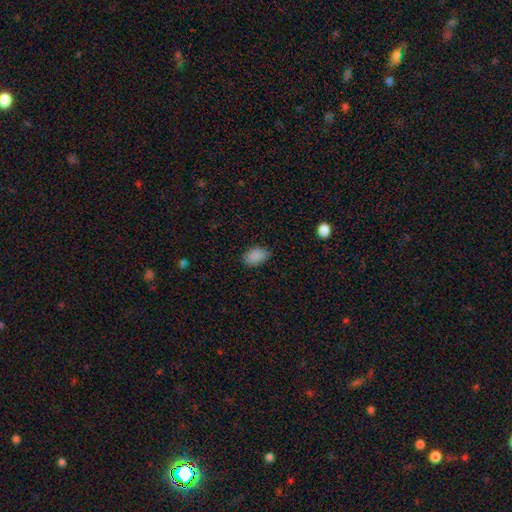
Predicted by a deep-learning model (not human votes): Smooth or featured? Predicted: smooth (p=0.87). How rounded? Predicted: in between (p=0.89). Merging? Predicted: none (p=0.78).